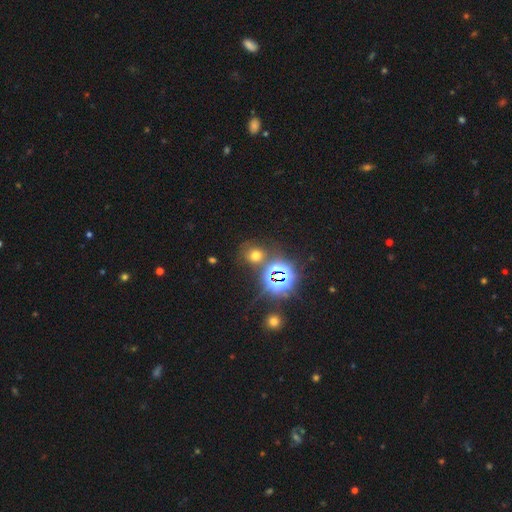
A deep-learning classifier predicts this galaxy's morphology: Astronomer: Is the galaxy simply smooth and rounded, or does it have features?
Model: smooth — 51% (runner-up: star or artifact, 40%).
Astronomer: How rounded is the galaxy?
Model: round — 77%.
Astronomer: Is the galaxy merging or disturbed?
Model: none — 72%.